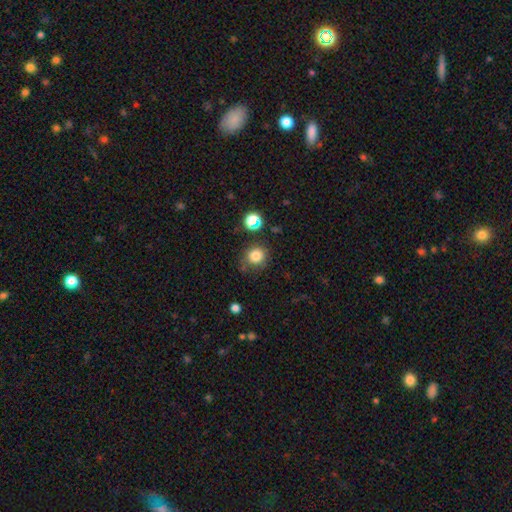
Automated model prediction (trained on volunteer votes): Smooth or featured: smooth — 81% (star or artifact — 13%)
How rounded: round — 86% (in between — 13%)
Merging: none — 71% (minor disturbance — 18%)